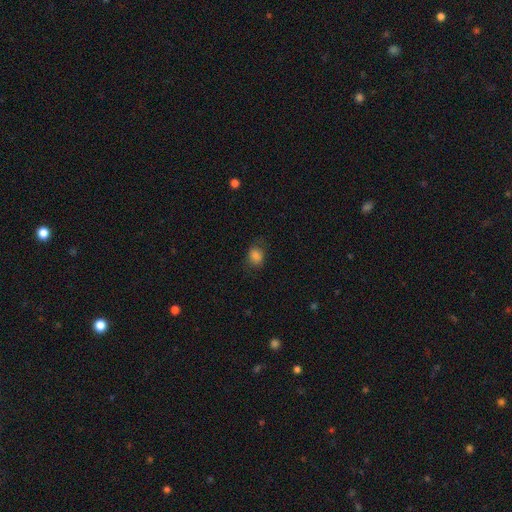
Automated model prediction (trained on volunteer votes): smooth-or-featured: smooth: 83% | star or artifact: 10% | featured or disk: 7%
  how-rounded: in between: 57% | round: 42% | cigar-shaped: 1%
  merging: none: 71% | minor disturbance: 19% | major disturbance: 8% | merger: 1%